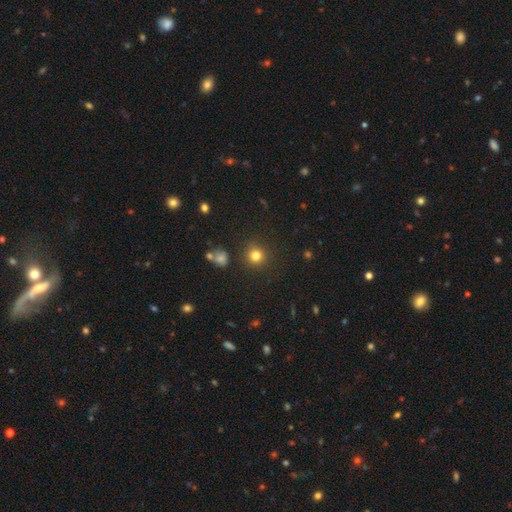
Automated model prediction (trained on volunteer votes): Overall: smooth (80%). How rounded: round (92%). Merging: none (87%).